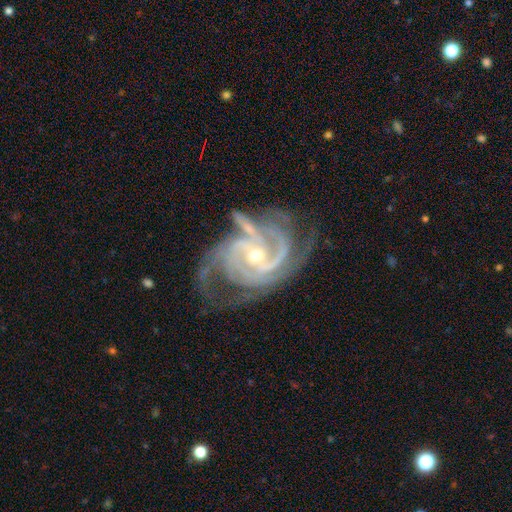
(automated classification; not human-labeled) This is clearly a featured or disk galaxy (92%). It is clearly not viewed edge-on (98%). Bar: possibly no (51%). Spiral arm pattern: clearly yes (98%). Spiral arm count: marginally 3 (38%). Spiral winding: possibly tight (58%). Central bulge: likely small (64%). Merging: possibly none (52%).